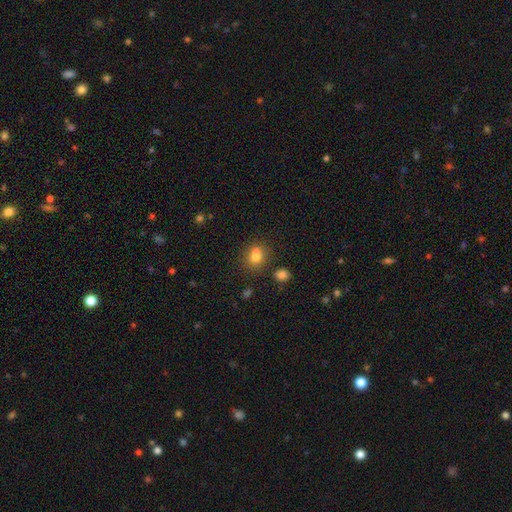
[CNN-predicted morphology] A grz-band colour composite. It shows a smooth galaxy with no disk features (72%) that is round (73%). Merging: none (44%, tied with merger).